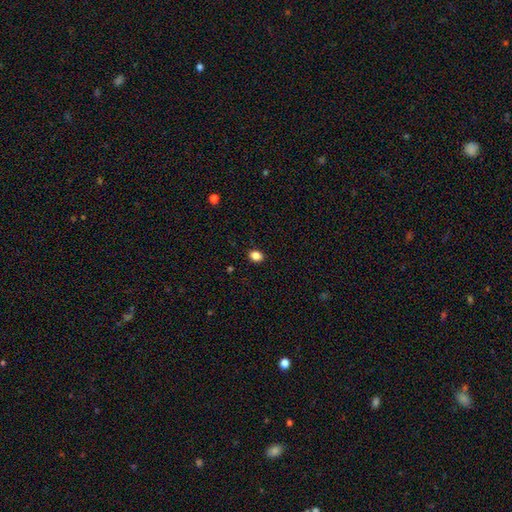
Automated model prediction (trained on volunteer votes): smooth_or_featured: smooth (p=0.85) [alt: star or artifact p=0.11]
how_rounded: in between (p=0.61) [alt: round p=0.38]
merging: none (p=0.89) [alt: minor disturbance p=0.08]